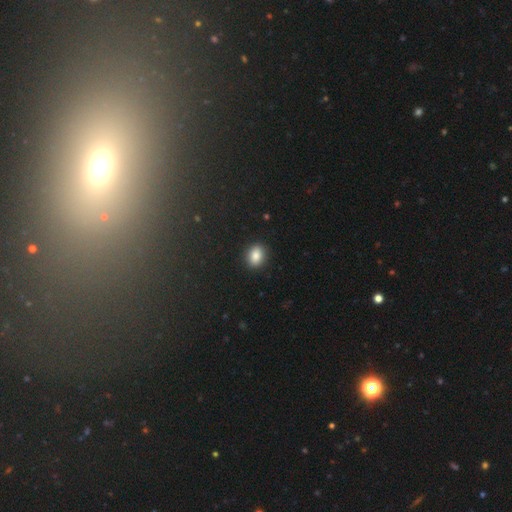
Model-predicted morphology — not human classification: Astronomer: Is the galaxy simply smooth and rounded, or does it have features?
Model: smooth — 86%.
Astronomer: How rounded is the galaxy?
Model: in between — 62%.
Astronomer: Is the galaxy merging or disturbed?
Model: none — 90%.